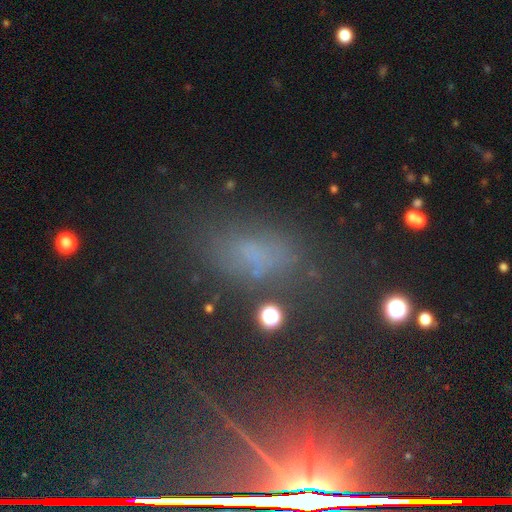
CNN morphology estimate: Q: Smooth or featured?
A: smooth (54%); runner-up: star or artifact (30%)
Q: How rounded?
A: in between (83%); runner-up: round (10%)
Q: Merging?
A: none (62%); runner-up: minor disturbance (21%)